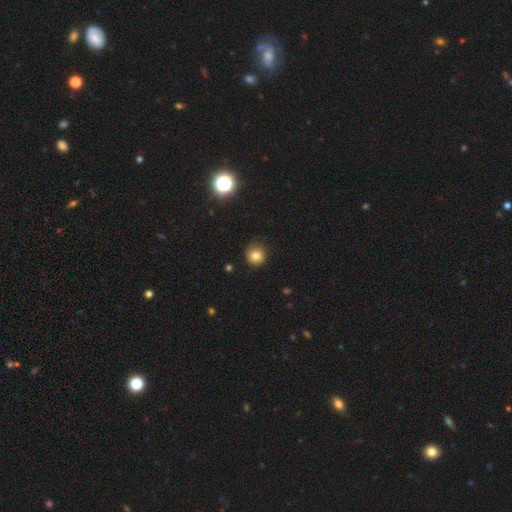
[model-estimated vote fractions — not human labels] Smooth or featured? Predicted: smooth (p=0.80). How rounded? Predicted: round (p=0.89). Merging? Predicted: none (p=0.78).